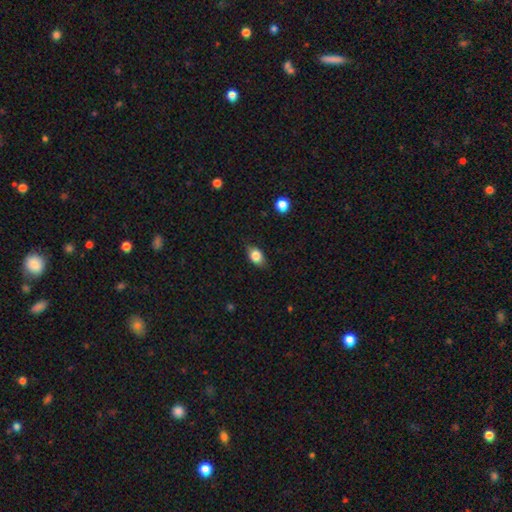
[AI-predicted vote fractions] smooth_or_featured: smooth (p=0.81) [alt: featured or disk p=0.11]
how_rounded: in between (p=0.82) [alt: round p=0.15]
merging: none (p=0.80) [alt: minor disturbance p=0.16]